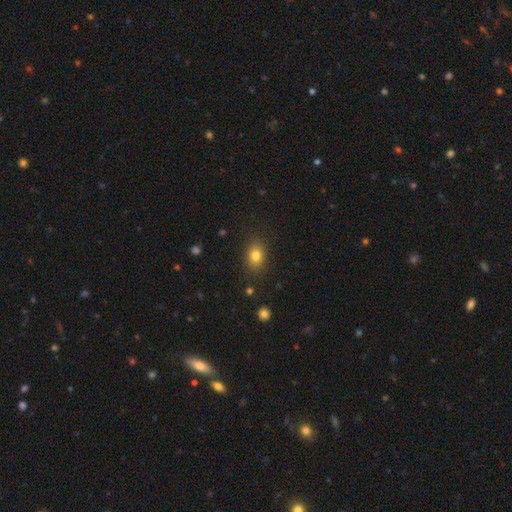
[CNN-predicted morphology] smooth-or-featured: smooth: 81% | star or artifact: 11% | featured or disk: 8%
  how-rounded: in between: 67% | round: 31% | cigar-shaped: 1%
  merging: none: 85% | minor disturbance: 10% | major disturbance: 3% | merger: 1%